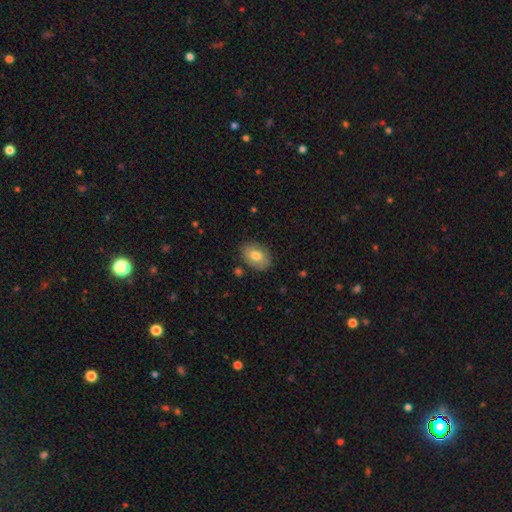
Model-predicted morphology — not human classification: This appears to be a smooth galaxy with no disk features (76%) that is in between round and cigar-shaped (84%). Merging: none (84%).